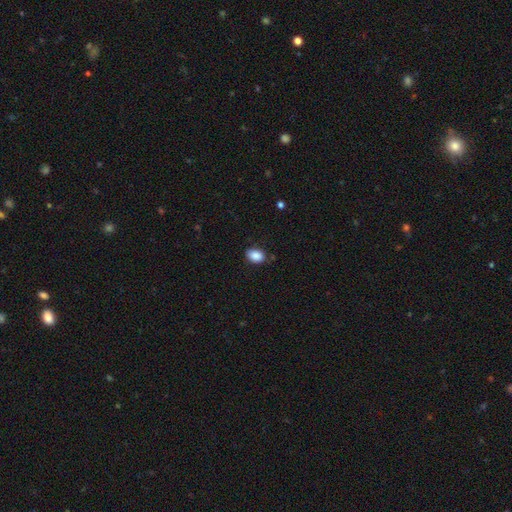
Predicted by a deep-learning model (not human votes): Morphology: type=smooth (89%); roundness=in between (84%); merging=none (84%).